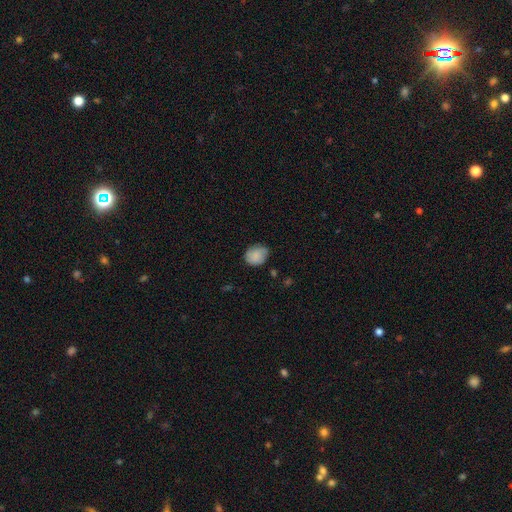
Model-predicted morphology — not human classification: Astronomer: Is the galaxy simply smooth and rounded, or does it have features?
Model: smooth — 83%.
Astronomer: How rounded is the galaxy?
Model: round — 56% (runner-up: in between, 43%).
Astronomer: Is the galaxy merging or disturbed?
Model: none — 71%.